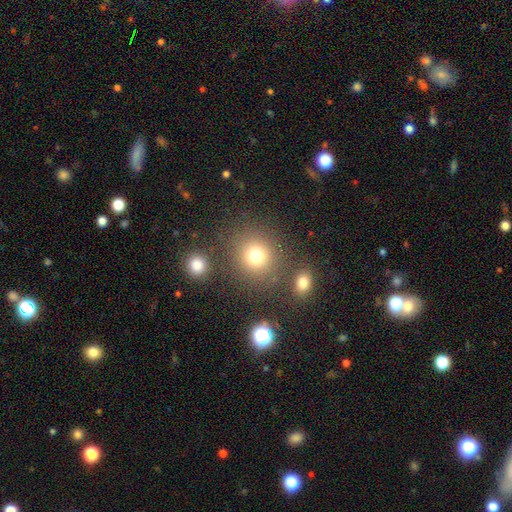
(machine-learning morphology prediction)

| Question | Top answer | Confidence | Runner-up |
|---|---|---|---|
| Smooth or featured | smooth | 76% | star or artifact (16%) |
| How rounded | round | 86% | in between (13%) |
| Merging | none | 79% | minor disturbance (8%) |